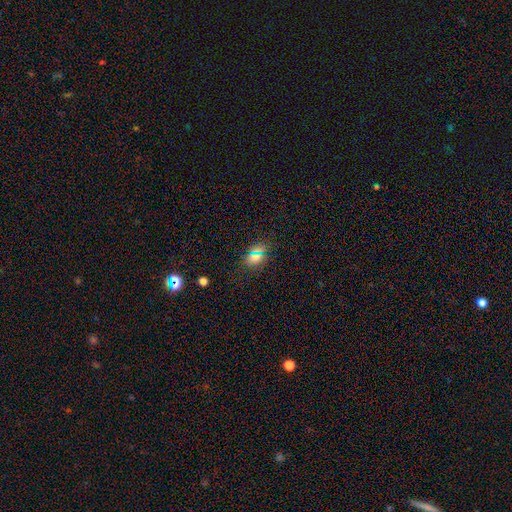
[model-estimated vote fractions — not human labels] smooth 68%, star or artifact 23%, featured or disk 9%. Down the decision tree: how rounded — in between (66%); merging — none (85%).